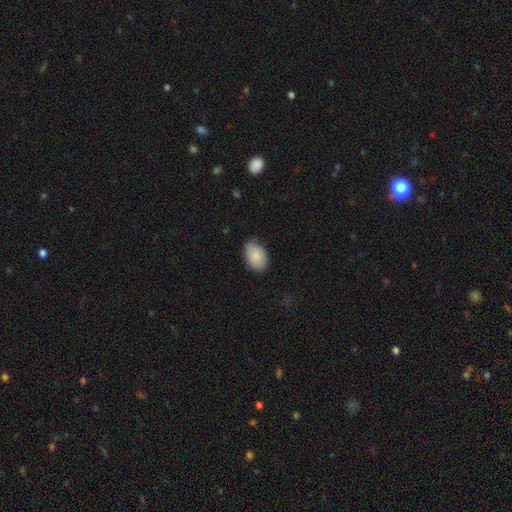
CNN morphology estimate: Smooth or featured?
  - smooth: 84% *
  - featured or disk: 10%
  - star or artifact: 6%
How rounded?
  - in between: 89% *
  - round: 10%
  - cigar-shaped: 1%
Merging?
  - none: 66% *
  - minor disturbance: 28%
  - major disturbance: 4%
  - merger: 1%